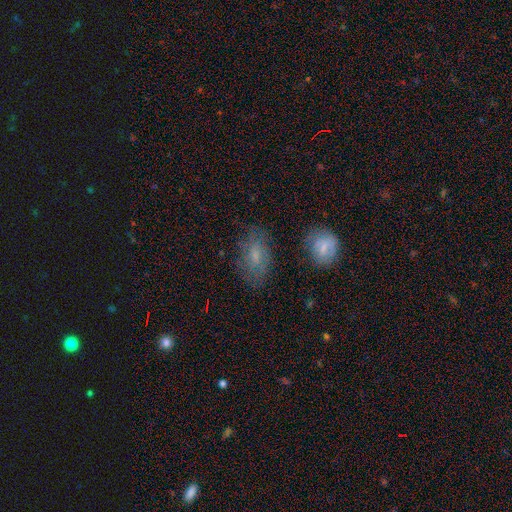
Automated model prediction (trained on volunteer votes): Smooth or featured? smooth (58%)
How rounded? in between (88%)
Merging? none (73%)